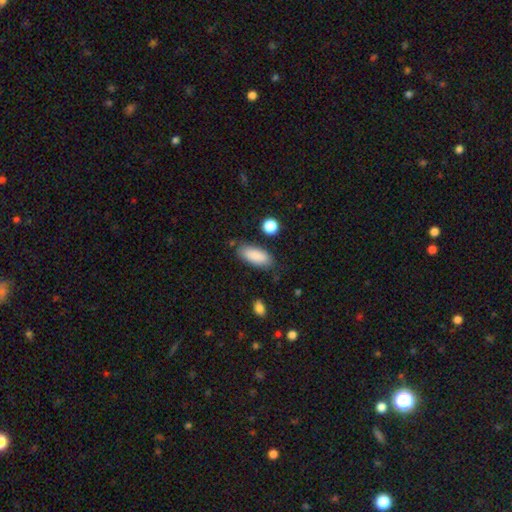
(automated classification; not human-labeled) smooth 89%, star or artifact 7%, featured or disk 5%. Down the decision tree: how rounded — in between (80%); merging — none (80%).